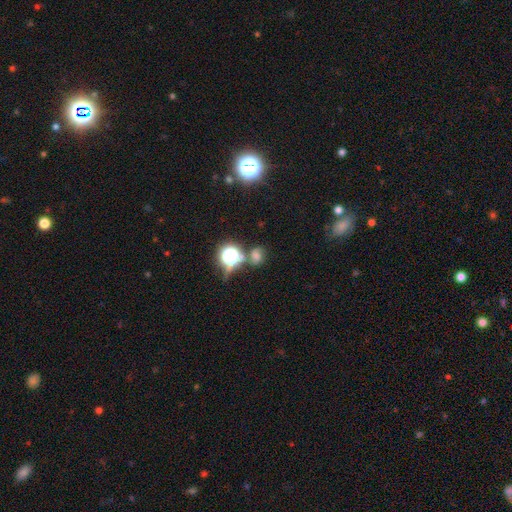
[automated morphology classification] Q: Smooth or featured?
A: smooth (58%); runner-up: star or artifact (32%)
Q: How rounded?
A: round (60%); runner-up: in between (38%)
Q: Merging?
A: none (59%); runner-up: merger (19%)